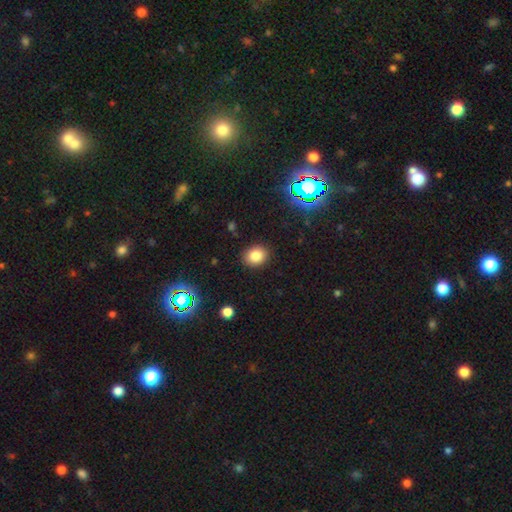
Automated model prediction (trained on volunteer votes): smooth_or_featured: smooth (p=0.83) [alt: star or artifact p=0.12]
how_rounded: round (p=0.56) [alt: in between p=0.43]
merging: none (p=0.89) [alt: minor disturbance p=0.08]